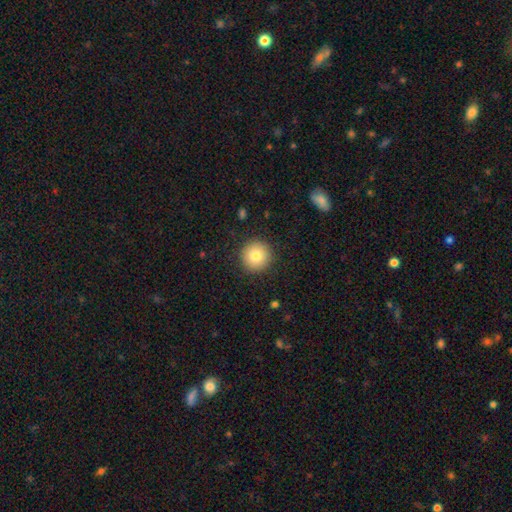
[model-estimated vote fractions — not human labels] Morphology: type=smooth (82%); roundness=round (95%); merging=none (90%).